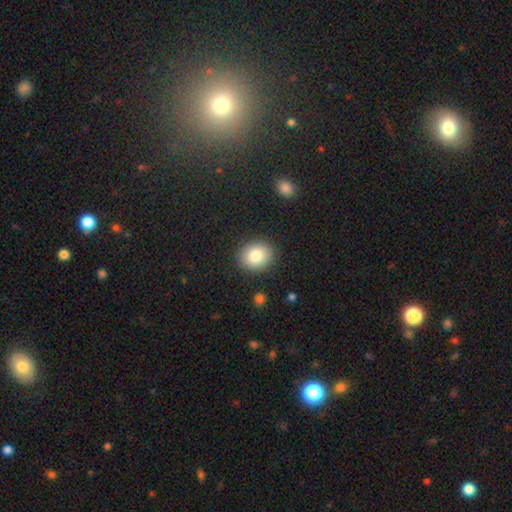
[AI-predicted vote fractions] smooth-or-featured: smooth: 83% | star or artifact: 9% | featured or disk: 8%
  how-rounded: round: 65% | in between: 34% | cigar-shaped: 1%
  merging: none: 88% | minor disturbance: 8% | major disturbance: 2% | merger: 1%